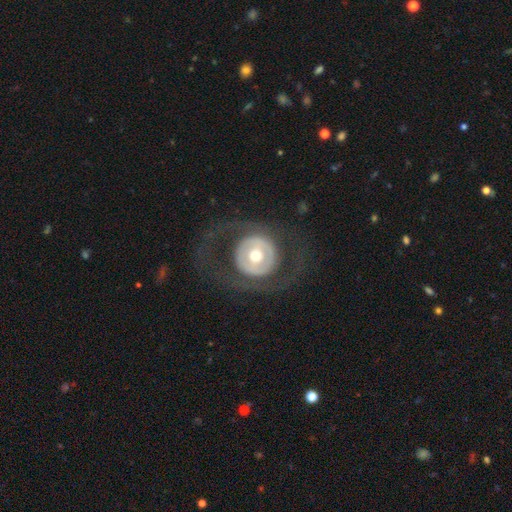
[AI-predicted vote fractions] A featured or disk galaxy (60%) with no bar (75%), no spiral arms (80%) and a moderate central bulge (71%).

Vote fractions:
- Smooth or featured? featured or disk: 60% / smooth: 34% / star or artifact: 6%
- Edge-on disk? no: 95% / yes: 5%
- Bar? no: 75% / weak: 16% / strong: 9%
- Spiral arms? no: 80% / yes: 20%
- Bulge size? moderate: 71% / small: 16% / large: 10% / dominant: 2% / none: 1%
- Merging? none: 74% / major disturbance: 15% / minor disturbance: 10% / merger: 1%